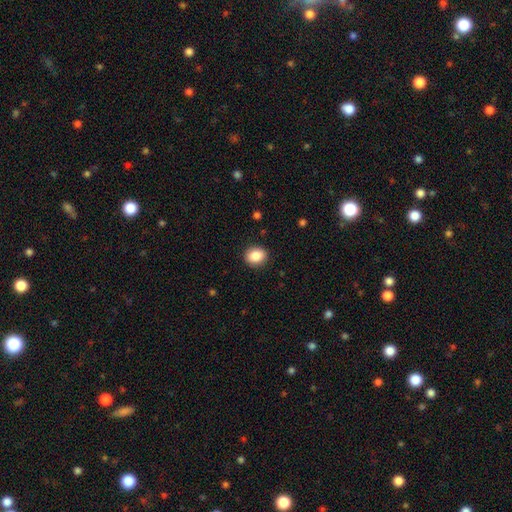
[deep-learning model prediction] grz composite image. It shows a smooth galaxy with no disk features (87%) that is round (62%). Merging: none (90%).